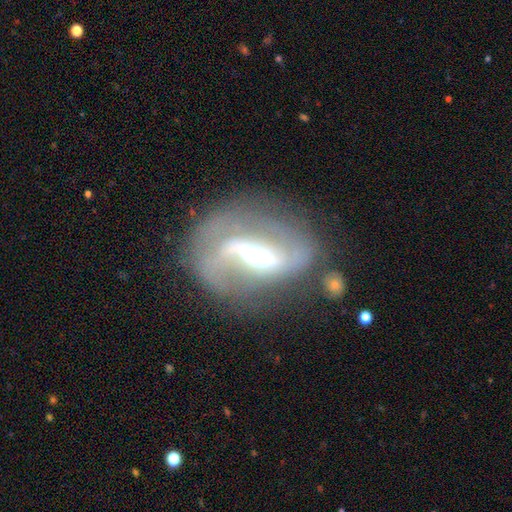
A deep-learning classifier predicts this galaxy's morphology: featured or disk 82%, smooth 11%, star or artifact 8%. Down the decision tree: edge-on disk — no (94%); bar — strong (55%); spiral arms — yes (87%); spiral arm count — 2 (78%); spiral winding — loose (47%); bulge size — moderate (51%); merging — none (62%).